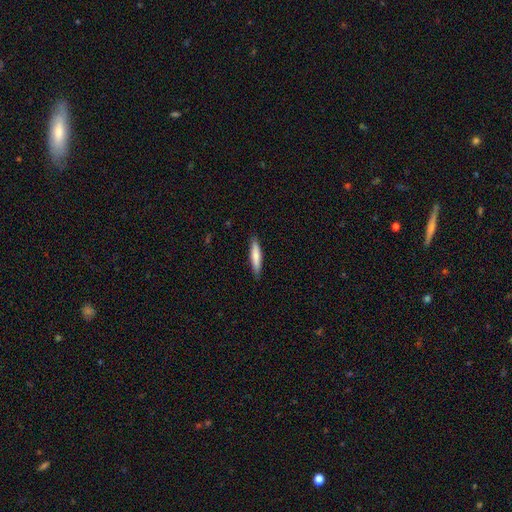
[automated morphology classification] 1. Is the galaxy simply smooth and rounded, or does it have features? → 76% smooth, 18% featured or disk, 5% star or artifact.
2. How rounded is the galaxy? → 85% cigar-shaped, 13% in between, 1% round.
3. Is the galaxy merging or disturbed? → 88% none, 10% minor disturbance, 2% major disturbance, 1% merger.